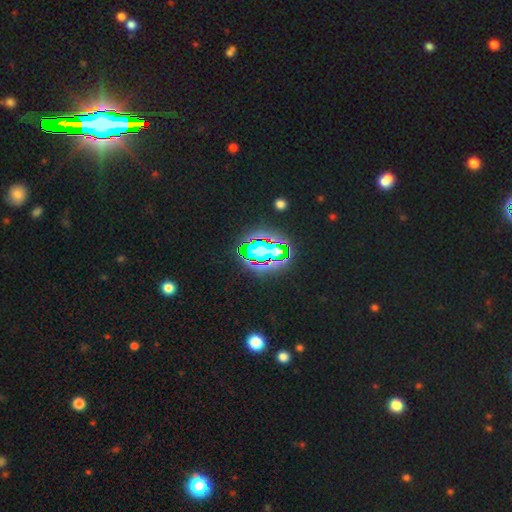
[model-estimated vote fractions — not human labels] Overall: star or artifact (65%).